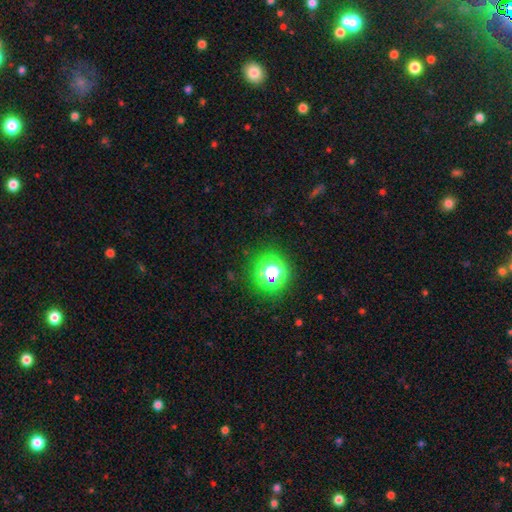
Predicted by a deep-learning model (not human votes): Smooth or featured? star or artifact (72%)